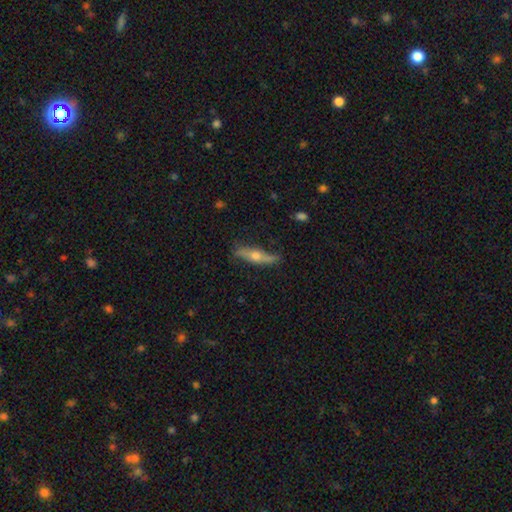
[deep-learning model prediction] Overall: featured or disk (65%; smooth 29%). Edge-on disk: yes (86%). Edge-on bulge: rounded (94%). Merging: none (76%).